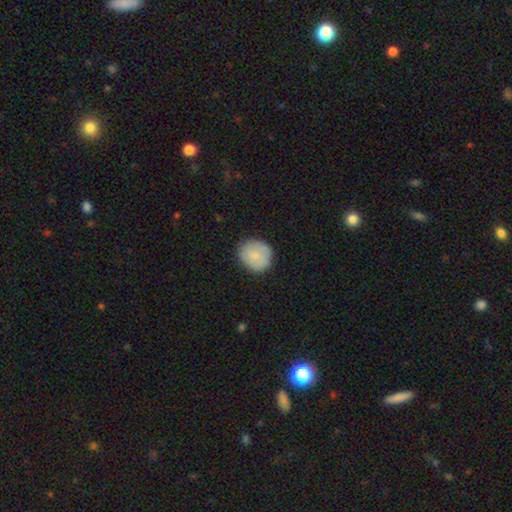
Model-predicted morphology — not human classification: Overall: smooth (77%). How rounded: round (83%). Merging: none (82%).